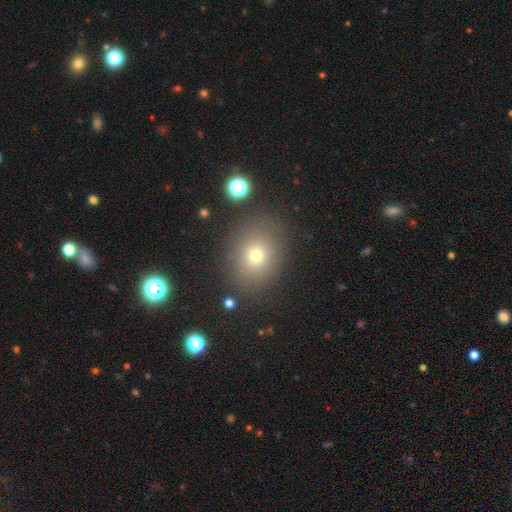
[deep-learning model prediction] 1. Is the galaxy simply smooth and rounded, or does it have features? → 71% smooth, 18% star or artifact, 11% featured or disk.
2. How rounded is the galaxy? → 59% round, 40% in between, 1% cigar-shaped.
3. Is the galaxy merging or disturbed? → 84% none, 10% minor disturbance, 4% major disturbance, 2% merger.